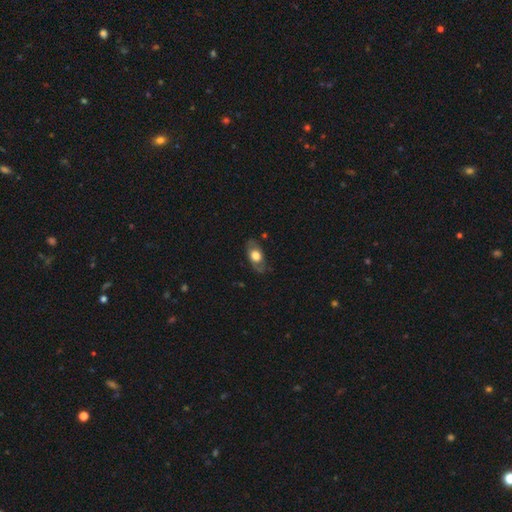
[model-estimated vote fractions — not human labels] This is possibly a smooth galaxy (53%). How rounded: clearly in between (84%). Merging: likely none (72%).